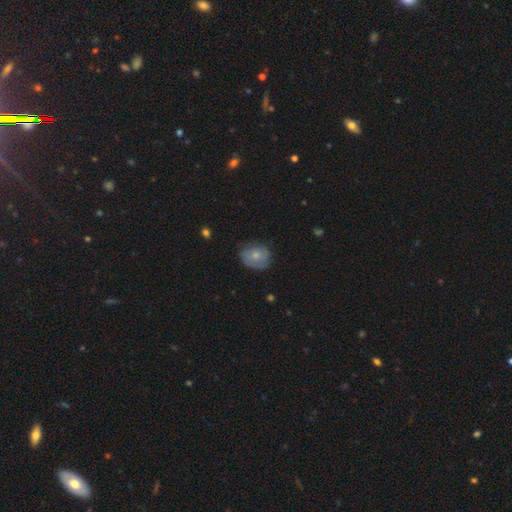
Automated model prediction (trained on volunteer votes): Smooth or featured? smooth (69%)
How rounded? round (65%)
Merging? none (67%)